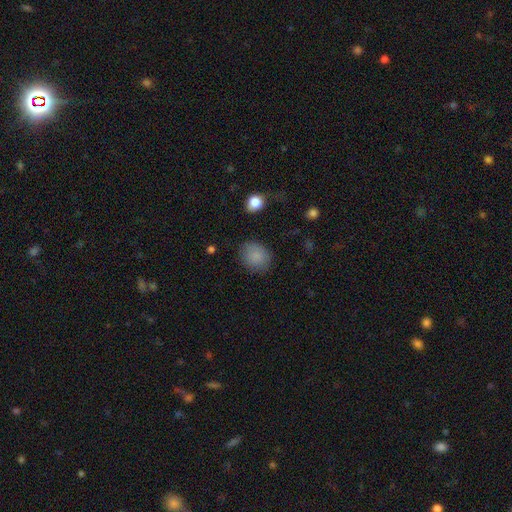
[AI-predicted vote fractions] Q: Smooth or featured?
A: smooth (86%); runner-up: star or artifact (9%)
Q: How rounded?
A: round (60%); runner-up: in between (39%)
Q: Merging?
A: none (83%); runner-up: minor disturbance (12%)